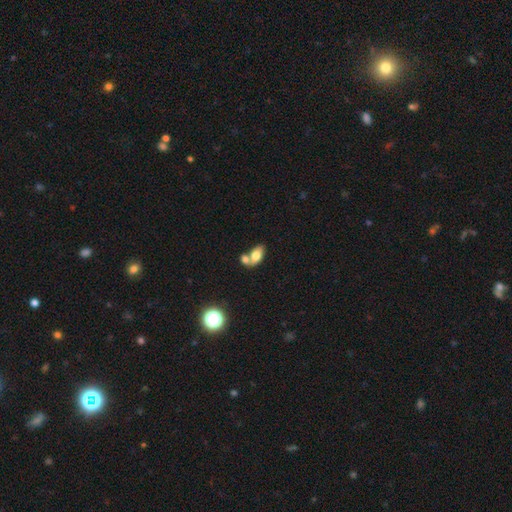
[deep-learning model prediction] Smooth or featured: smooth — 74% (featured or disk — 18%)
How rounded: in between — 89% (round — 7%)
Merging: merger — 52% (none — 34%)